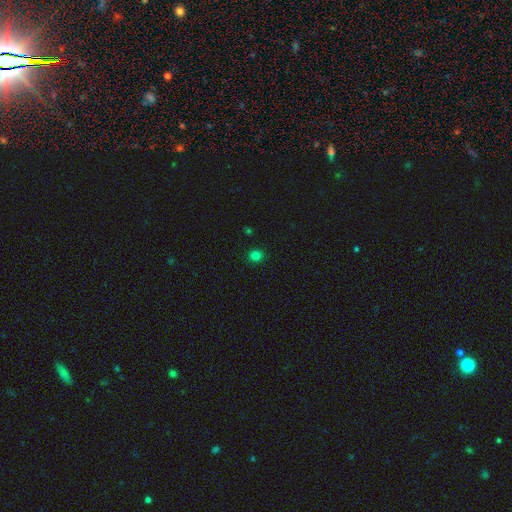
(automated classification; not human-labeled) A smooth galaxy with no disk features (80%) that is round (85%).

Vote fractions:
- Smooth or featured? smooth: 80% / star or artifact: 16% / featured or disk: 4%
- How rounded? round: 85% / in between: 14% / cigar-shaped: 1%
- Merging? none: 91% / minor disturbance: 6% / major disturbance: 2% / merger: 1%